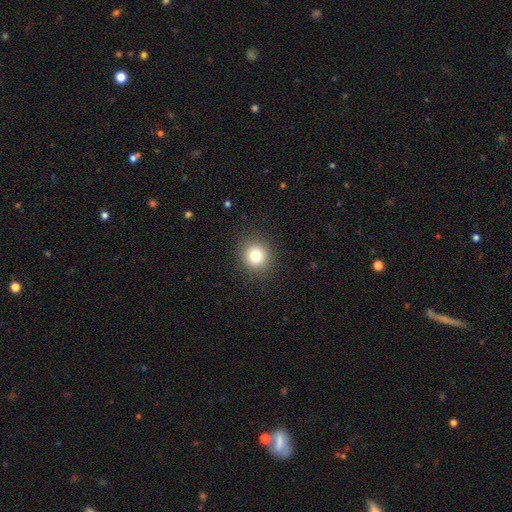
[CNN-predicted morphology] Overall: smooth (79%). How rounded: round (89%). Merging: none (90%).